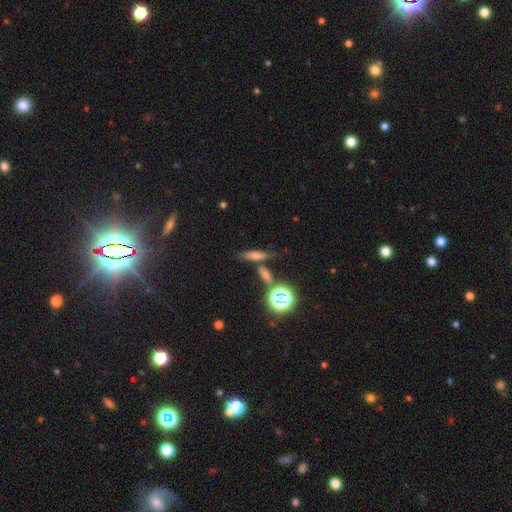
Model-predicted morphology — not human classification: A smooth galaxy with no disk features (55%) that is cigar-shaped (64%).

Vote fractions:
- Smooth or featured? smooth: 55% / star or artifact: 23% / featured or disk: 22%
- How rounded? cigar-shaped: 64% / in between: 27% / round: 9%
- Merging? none: 65% / merger: 18% / minor disturbance: 12% / major disturbance: 5%